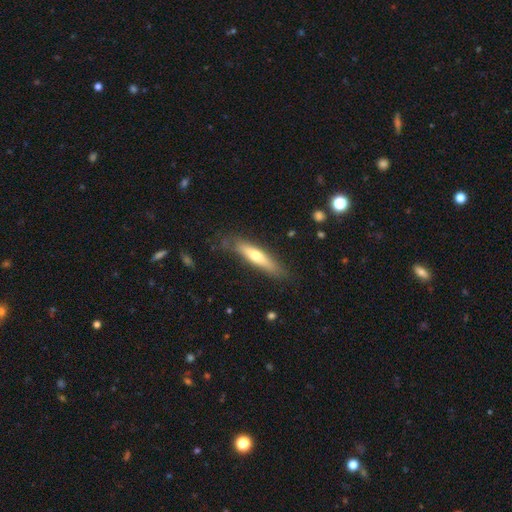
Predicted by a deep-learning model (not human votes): Smooth or featured? Predicted: smooth (p=0.58). How rounded? Predicted: cigar-shaped (p=0.81). Merging? Predicted: none (p=0.79).